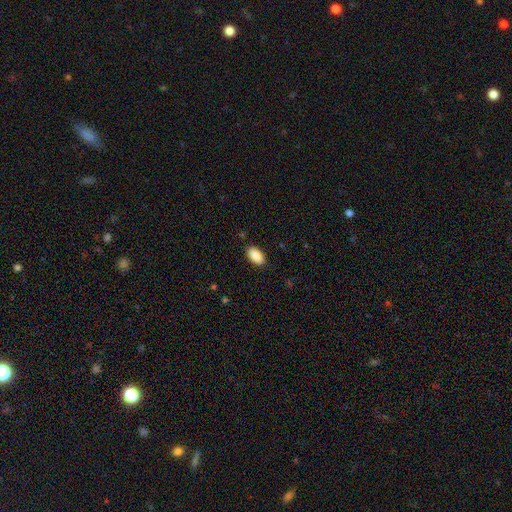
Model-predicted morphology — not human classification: Smooth or featured? smooth (90%)
How rounded? in between (95%)
Merging? none (87%)